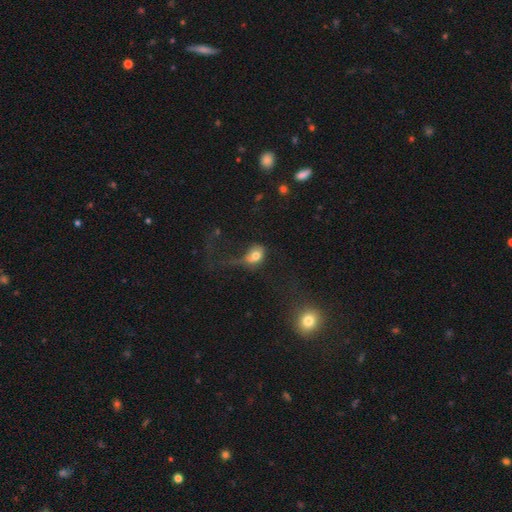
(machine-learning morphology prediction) smooth-or-featured: smooth: 68% | featured or disk: 21% | star or artifact: 11%
  how-rounded: in between: 60% | round: 37% | cigar-shaped: 2%
  merging: major disturbance: 52% | none: 23% | minor disturbance: 18% | merger: 7%